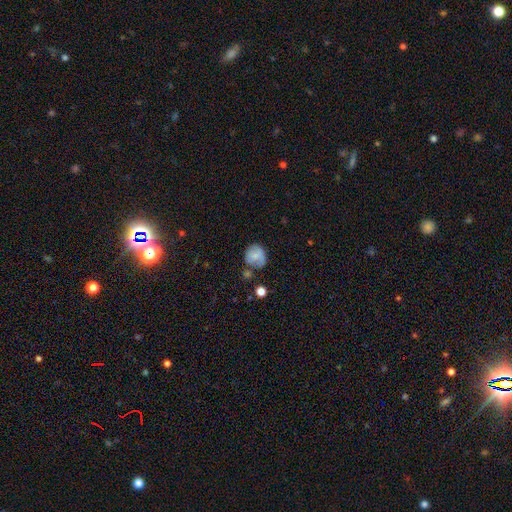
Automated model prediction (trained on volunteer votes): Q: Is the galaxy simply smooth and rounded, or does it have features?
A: smooth — 68%.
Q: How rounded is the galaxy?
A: round — 73%.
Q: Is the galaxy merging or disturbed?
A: none — 48%.